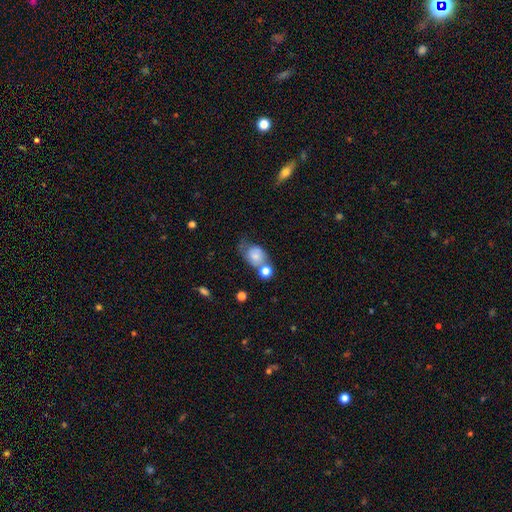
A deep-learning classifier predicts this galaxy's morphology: Overall: smooth (71%). How rounded: in between (51%; round 48%). Merging: none (37%; merger 27%).